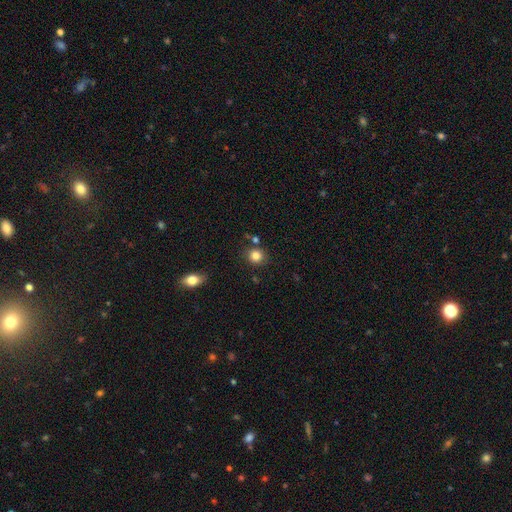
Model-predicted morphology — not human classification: The model was most divided on "merging": none: 80%, minor disturbance: 10%, merger: 7%, major disturbance: 3%. More confident: how rounded — round (86%); smooth or featured — smooth (83%).